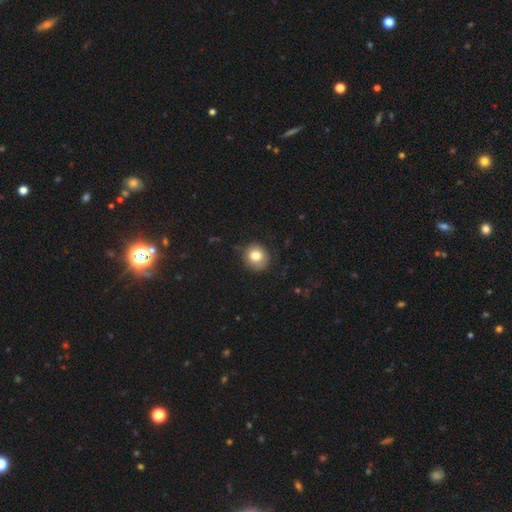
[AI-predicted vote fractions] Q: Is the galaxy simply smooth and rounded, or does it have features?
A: smooth — 80%.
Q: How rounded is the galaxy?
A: round — 85%.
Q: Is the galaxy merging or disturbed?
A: none — 80%.